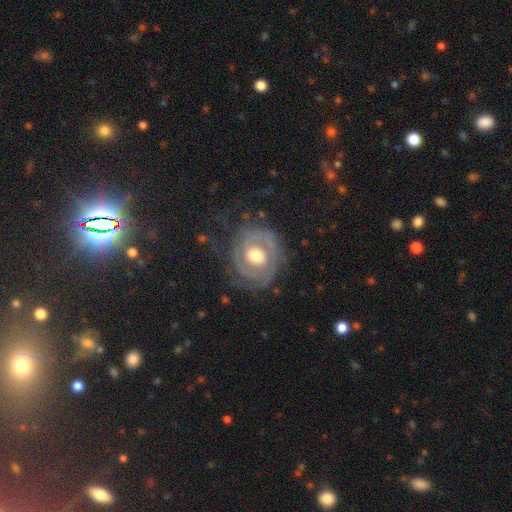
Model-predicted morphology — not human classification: smooth_or_featured: featured or disk (p=0.83) [alt: smooth p=0.12]
disk_edge_on: no (p=0.97) [alt: yes p=0.03]
bar: no (p=0.67) [alt: weak p=0.25]
has_spiral_arms: yes (p=0.86) [alt: no p=0.14]
spiral_winding: tight (p=0.62) [alt: medium p=0.28]
spiral_arm_count: 2 (p=0.45) [alt: can't tell p=0.25]
bulge_size: moderate (p=0.63) [alt: large p=0.28]
merging: none (p=0.65) [alt: minor disturbance p=0.20]